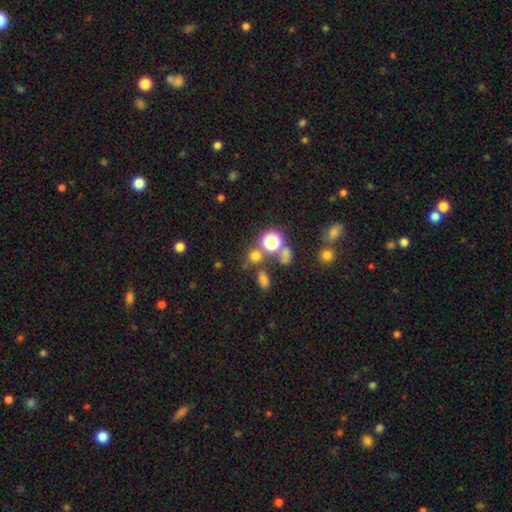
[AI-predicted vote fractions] Morphology: type=smooth (66%); roundness=round (80%); merging=none (65%).